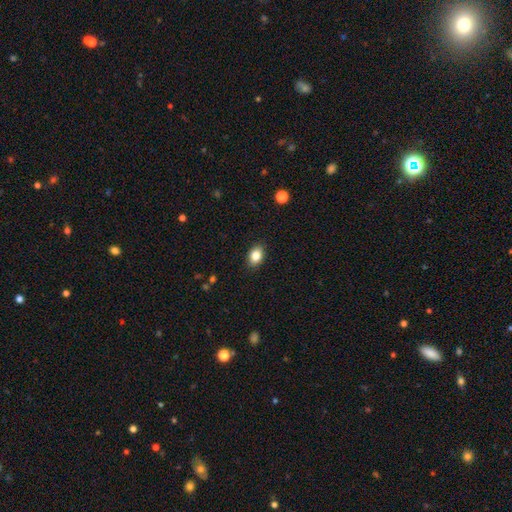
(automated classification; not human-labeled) The model was most divided on "how rounded": in between: 77%, round: 22%, cigar-shaped: 1%. More confident: merging — none (88%); smooth or featured — smooth (84%).